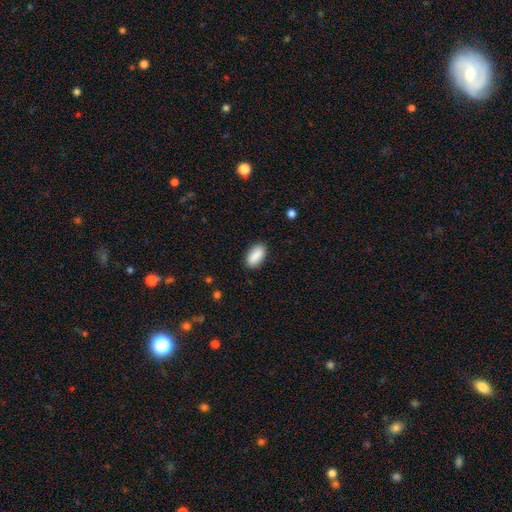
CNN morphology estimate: Smooth or featured? smooth (88%)
How rounded? in between (89%)
Merging? none (86%)